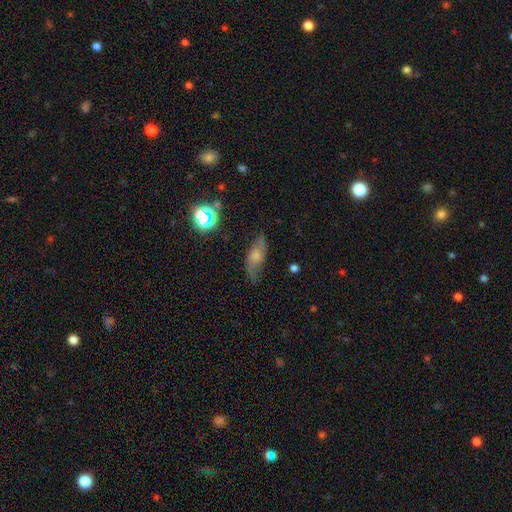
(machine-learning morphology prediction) Smooth or featured? Predicted: smooth (p=0.45). Merging? Predicted: none (p=0.64).